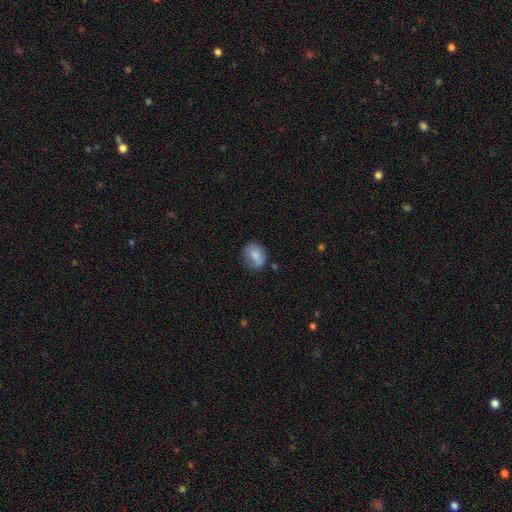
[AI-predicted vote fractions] smooth 77%, featured or disk 14%, star or artifact 8%. Down the decision tree: how rounded — in between (55%); merging — none (61%).